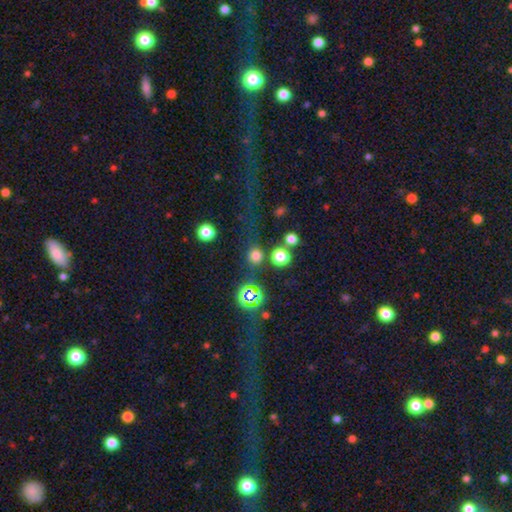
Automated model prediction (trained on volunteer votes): This is likely a smooth galaxy (69%). How rounded: clearly round (87%). Merging: likely none (74%).